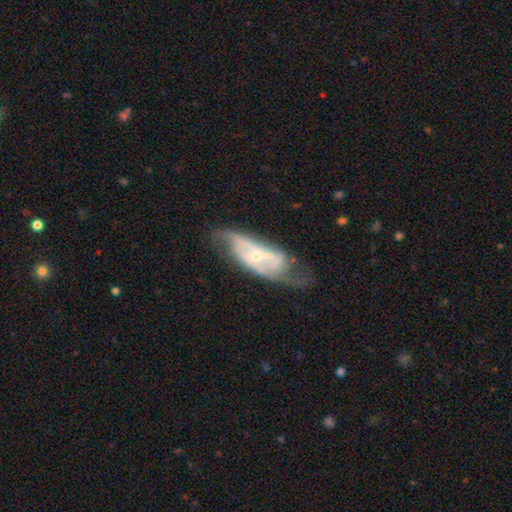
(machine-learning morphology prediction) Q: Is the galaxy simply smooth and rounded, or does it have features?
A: featured or disk — 81%.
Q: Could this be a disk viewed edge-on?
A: no — 91%.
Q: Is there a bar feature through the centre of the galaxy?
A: no — 56%.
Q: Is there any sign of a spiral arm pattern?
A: yes — 88%.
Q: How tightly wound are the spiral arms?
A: medium — 44%.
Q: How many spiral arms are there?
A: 2 — 66%.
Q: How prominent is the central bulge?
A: small — 65%.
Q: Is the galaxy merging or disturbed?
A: none — 45%.